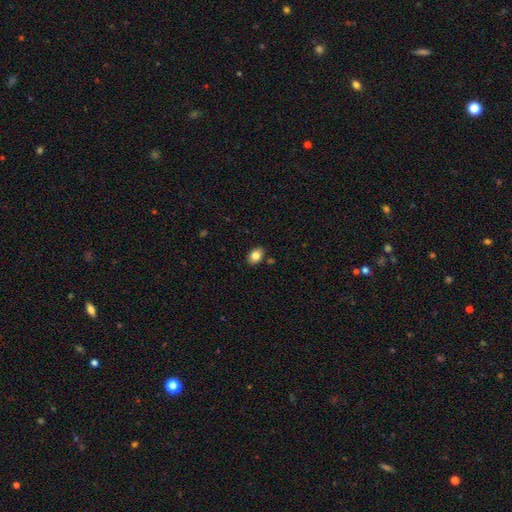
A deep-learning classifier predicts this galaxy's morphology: Q: Smooth or featured?
A: smooth (83%); runner-up: star or artifact (9%)
Q: How rounded?
A: in between (75%); runner-up: round (23%)
Q: Merging?
A: none (85%); runner-up: minor disturbance (10%)